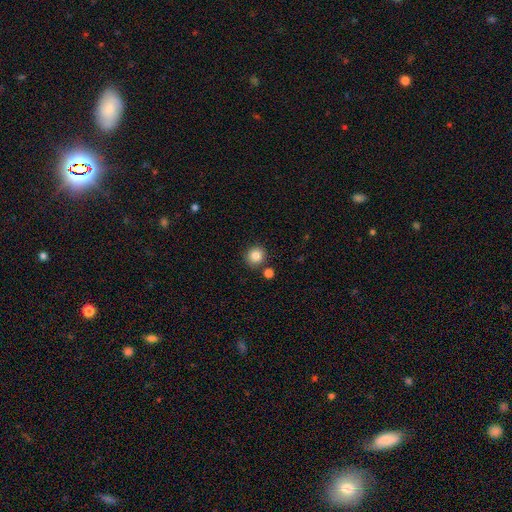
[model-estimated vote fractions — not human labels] Smooth or featured: smooth — 85% (star or artifact — 10%)
How rounded: round — 91% (in between — 9%)
Merging: none — 83% (minor disturbance — 8%)